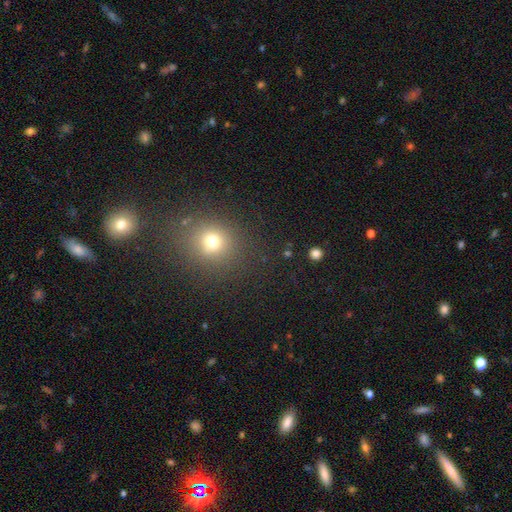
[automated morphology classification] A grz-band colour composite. It shows a smooth galaxy with no disk features (59%) that is round (83%). Merging: none (86%).